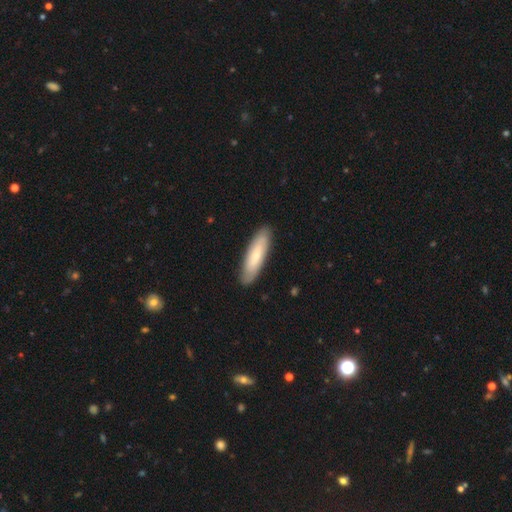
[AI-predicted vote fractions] Morphology: type=smooth (65%); roundness=cigar-shaped (61%); merging=none (88%).